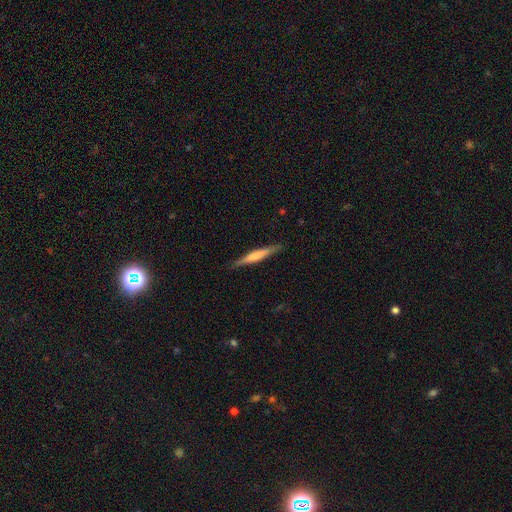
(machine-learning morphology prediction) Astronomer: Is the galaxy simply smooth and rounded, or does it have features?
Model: smooth — 48% (runner-up: featured or disk, 46%).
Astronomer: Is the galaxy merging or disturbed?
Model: none — 88%.